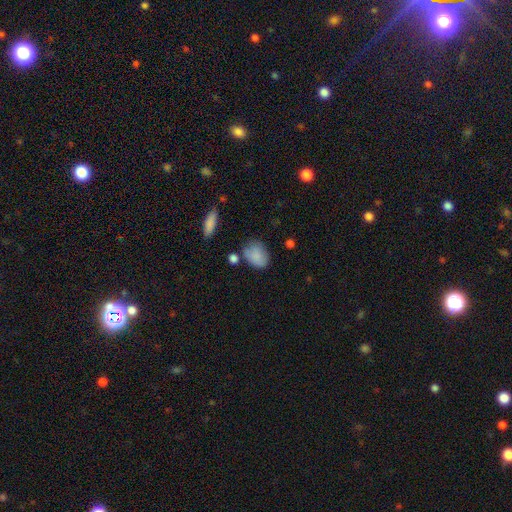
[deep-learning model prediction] smooth_or_featured: smooth (p=0.82) [alt: featured or disk p=0.10]
how_rounded: in between (p=0.73) [alt: round p=0.26]
merging: none (p=0.56) [alt: minor disturbance p=0.27]